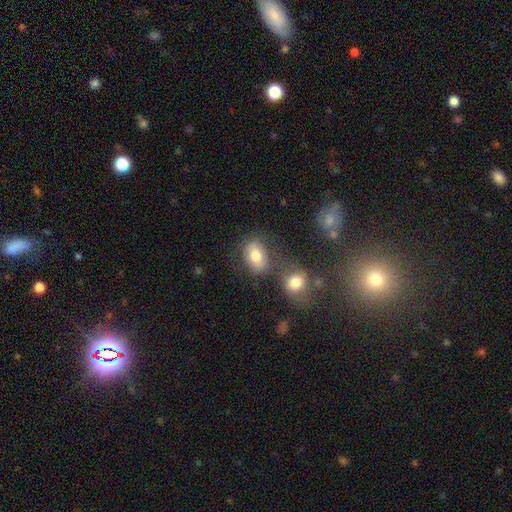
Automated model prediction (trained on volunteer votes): Q: Smooth or featured?
A: smooth (76%); runner-up: featured or disk (15%)
Q: How rounded?
A: in between (77%); runner-up: round (22%)
Q: Merging?
A: none (59%); runner-up: merger (20%)